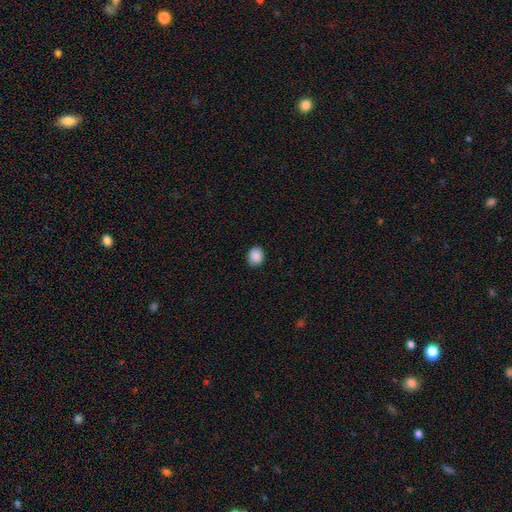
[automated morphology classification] Smooth or featured? smooth (89%)
How rounded? round (69%)
Merging? none (87%)